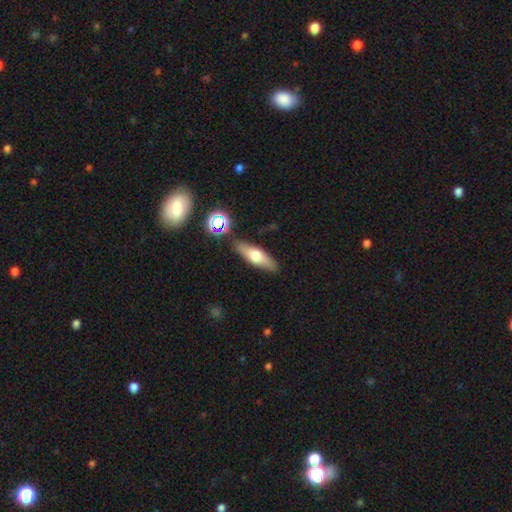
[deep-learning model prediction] Morphology: type=smooth (58%); roundness=in between (53%); merging=none (83%).